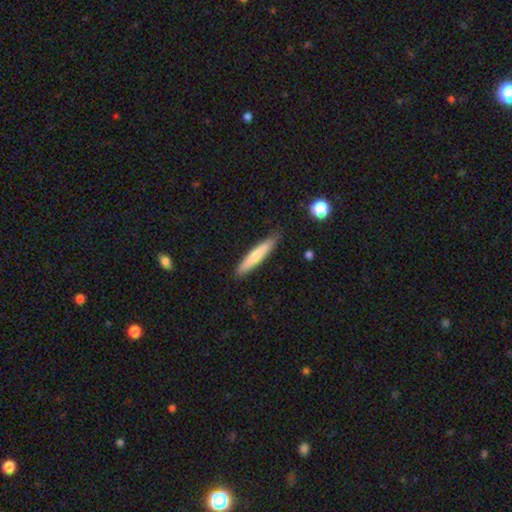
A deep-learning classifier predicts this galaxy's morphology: This appears to be a smooth galaxy with no disk features (64%) that is cigar-shaped (91%). Merging: none (86%).